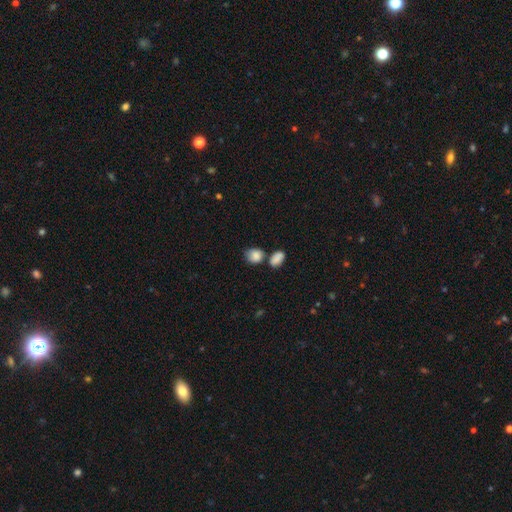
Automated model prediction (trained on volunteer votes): Overall: smooth (85%). How rounded: in between (52%; round 46%). Merging: none (49%; merger 28%).